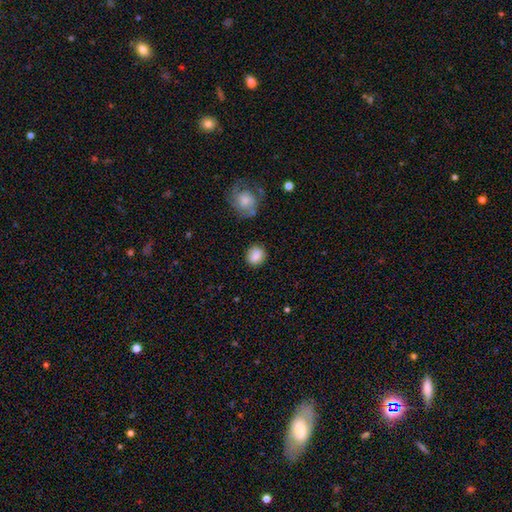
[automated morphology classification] Overall: smooth (85%). How rounded: round (80%). Merging: none (81%).